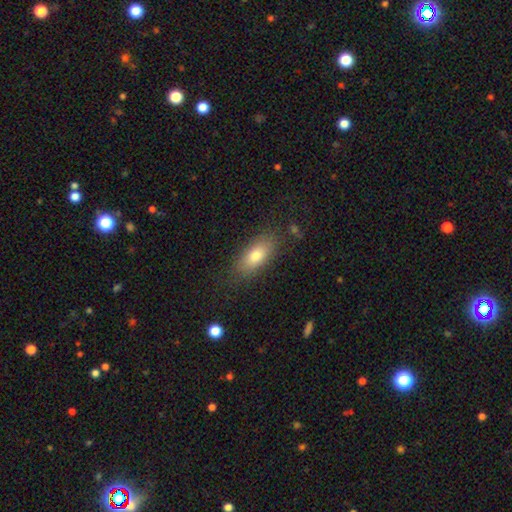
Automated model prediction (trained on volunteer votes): smooth 76%, featured or disk 16%, star or artifact 8%. Down the decision tree: how rounded — in between (82%); merging — none (81%).